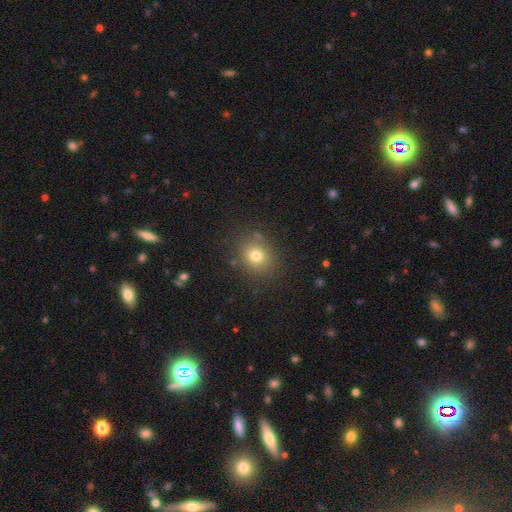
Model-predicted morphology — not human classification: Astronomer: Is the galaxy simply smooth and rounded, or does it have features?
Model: smooth — 75%.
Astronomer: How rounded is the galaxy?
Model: round — 70%.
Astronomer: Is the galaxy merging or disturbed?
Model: none — 84%.